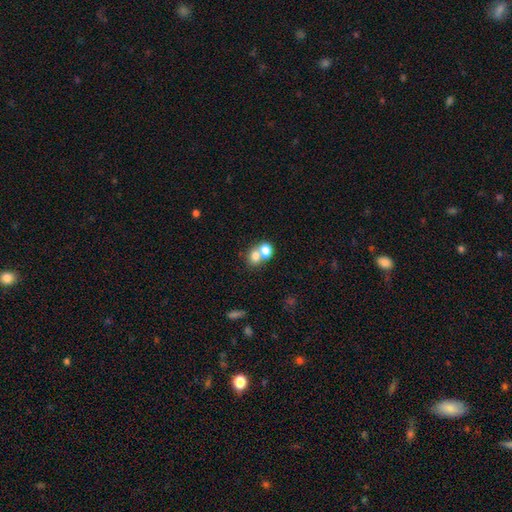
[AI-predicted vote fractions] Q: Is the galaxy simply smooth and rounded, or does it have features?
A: smooth — 74%.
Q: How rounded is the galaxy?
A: round — 57%.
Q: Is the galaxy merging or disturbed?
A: merger — 58%.